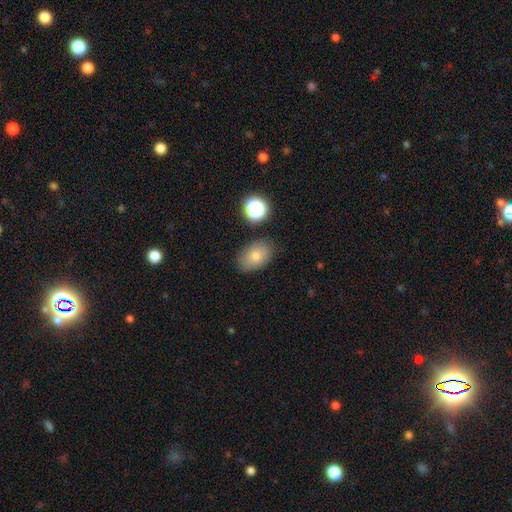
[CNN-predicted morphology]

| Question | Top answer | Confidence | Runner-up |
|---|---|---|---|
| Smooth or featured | smooth | 76% | featured or disk (13%) |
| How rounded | in between | 85% | round (14%) |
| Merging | none | 83% | minor disturbance (12%) |